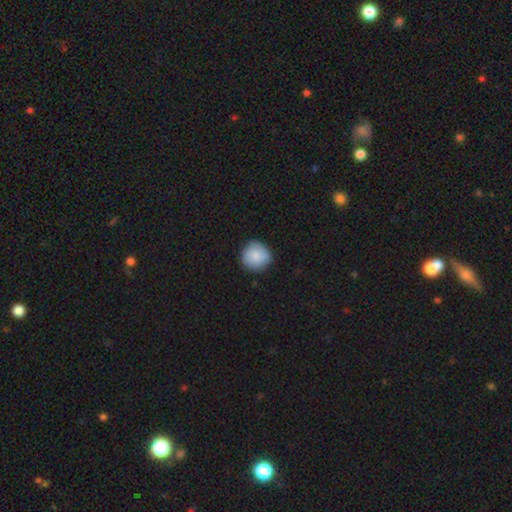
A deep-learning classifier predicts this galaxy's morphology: type=smooth (87%); roundness=round (92%); merging=none (82%).